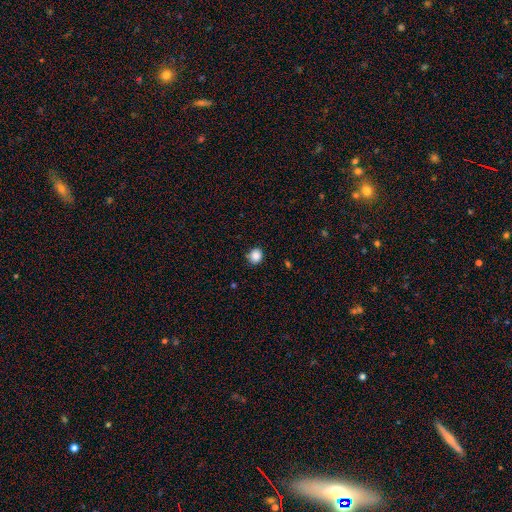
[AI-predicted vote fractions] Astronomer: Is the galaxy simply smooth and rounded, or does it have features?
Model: smooth — 87%.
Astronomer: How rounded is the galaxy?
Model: round — 81%.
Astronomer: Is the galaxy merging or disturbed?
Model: none — 83%.